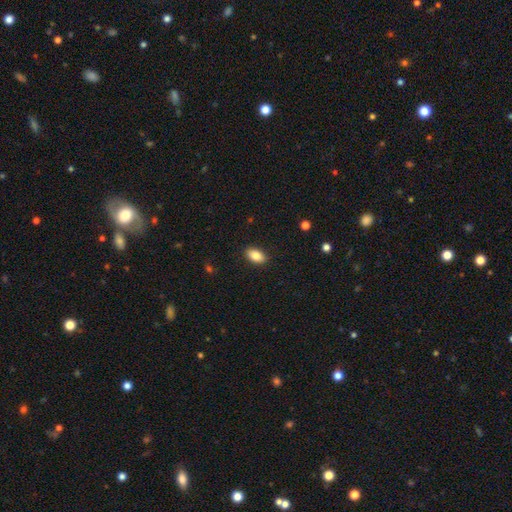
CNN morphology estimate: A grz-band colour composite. It shows a smooth galaxy with no disk features (86%) that is in between round and cigar-shaped (92%). Merging: none (89%).